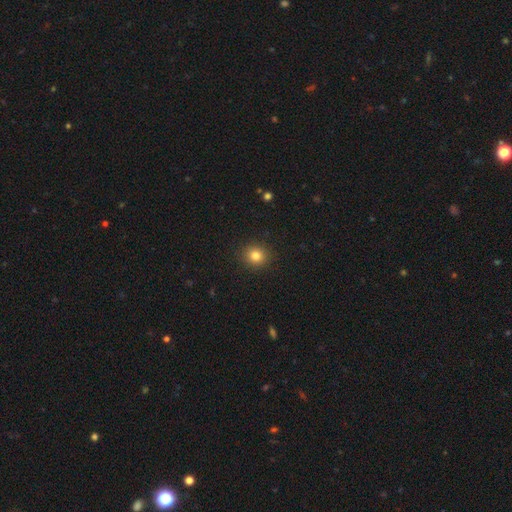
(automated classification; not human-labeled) smooth-or-featured: smooth: 80% | star or artifact: 13% | featured or disk: 7%
  how-rounded: round: 87% | in between: 12% | cigar-shaped: 1%
  merging: none: 91% | minor disturbance: 6% | major disturbance: 2% | merger: 1%